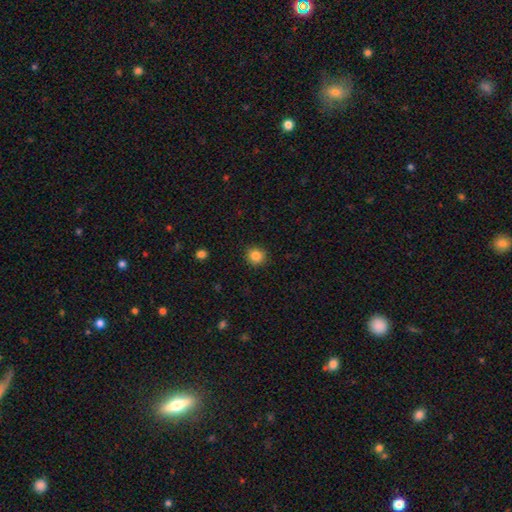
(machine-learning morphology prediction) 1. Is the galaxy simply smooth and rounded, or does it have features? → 85% smooth, 11% star or artifact, 5% featured or disk.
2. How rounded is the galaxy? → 88% round, 11% in between, 1% cigar-shaped.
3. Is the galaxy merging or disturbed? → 91% none, 6% minor disturbance, 2% major disturbance, 1% merger.